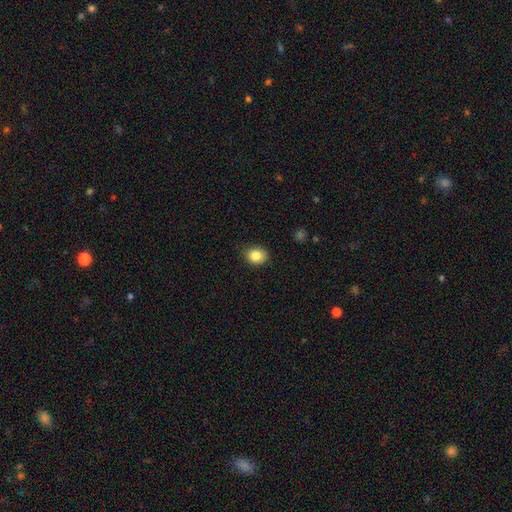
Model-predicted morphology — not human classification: Q: Smooth or featured?
A: smooth (85%); runner-up: star or artifact (9%)
Q: How rounded?
A: round (59%); runner-up: in between (40%)
Q: Merging?
A: none (82%); runner-up: minor disturbance (14%)